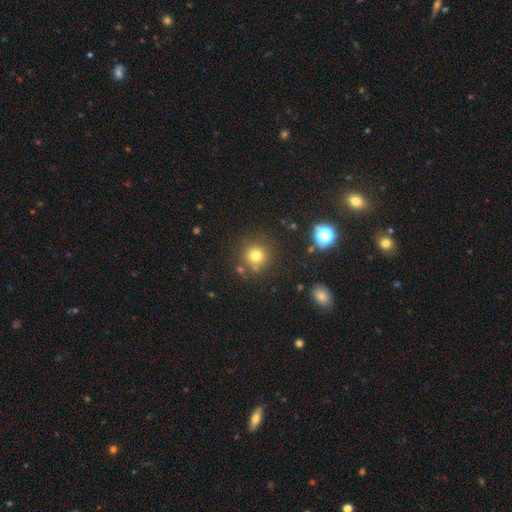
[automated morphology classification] A smooth galaxy with no disk features (75%) that is round (94%). Merging: none (81%).